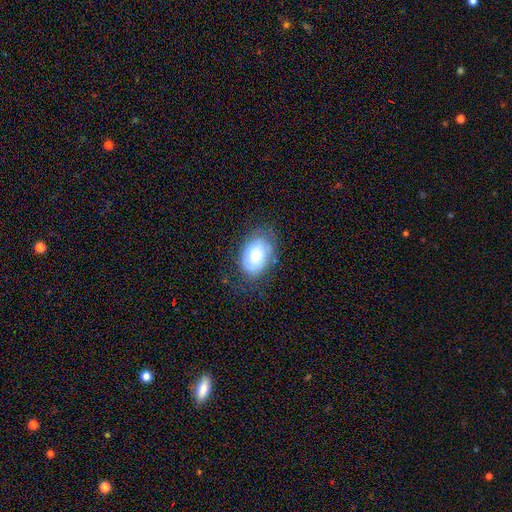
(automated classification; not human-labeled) Morphology: type=smooth (72%); roundness=in between (82%); merging=none (67%).